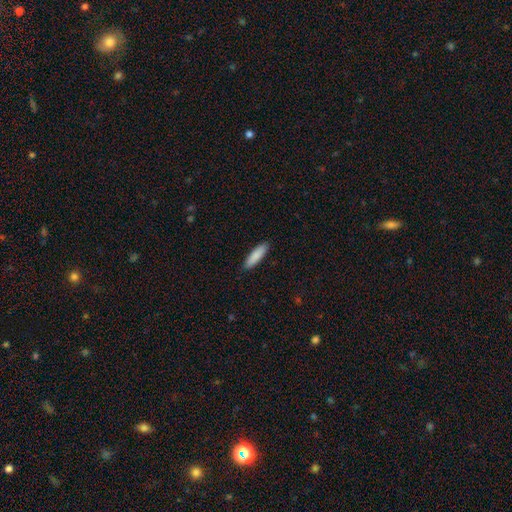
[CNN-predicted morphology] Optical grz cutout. It shows a smooth galaxy with no disk features (88%) that is cigar-shaped (67%). Merging: none (90%).